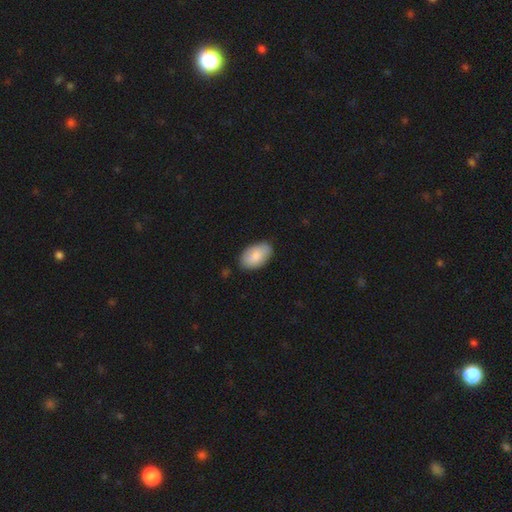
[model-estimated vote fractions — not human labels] smooth 83%, featured or disk 12%, star or artifact 6%. Down the decision tree: how rounded — in between (94%); merging — none (80%).